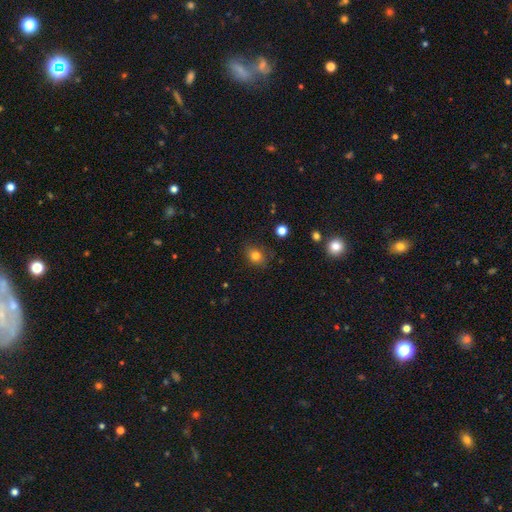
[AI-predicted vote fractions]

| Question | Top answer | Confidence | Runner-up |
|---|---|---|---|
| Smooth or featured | smooth | 80% | star or artifact (13%) |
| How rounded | round | 54% | in between (45%) |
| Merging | none | 78% | minor disturbance (16%) |